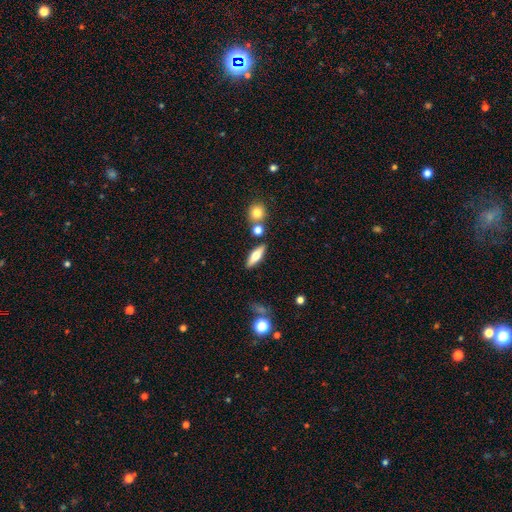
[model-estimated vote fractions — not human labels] The model was most divided on "how rounded": cigar-shaped: 52%, in between: 44%, round: 4%. More confident: merging — none (81%); smooth or featured — smooth (52%).